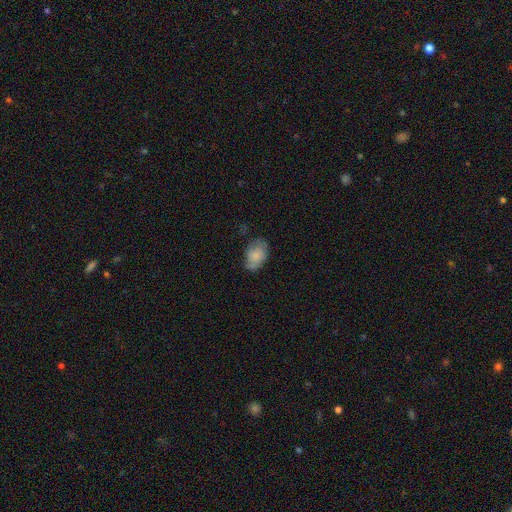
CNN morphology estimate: This appears to be a smooth galaxy with no disk features (70%) that is in between round and cigar-shaped (85%). Merging: none (51%).